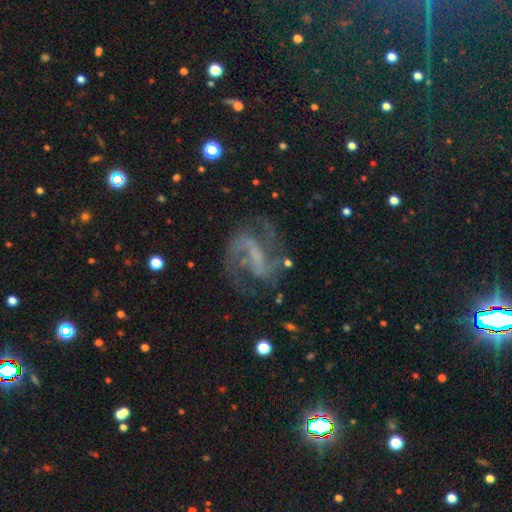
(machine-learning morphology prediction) Smooth or featured?
  - featured or disk: 80% *
  - star or artifact: 12%
  - smooth: 8%
Edge-on disk?
  - no: 97% *
  - yes: 3%
Bar?
  - strong: 41% *
  - weak: 39%
  - no: 20%
Spiral arms?
  - yes: 93% *
  - no: 7%
Spiral winding?
  - medium: 49% *
  - loose: 34%
  - tight: 17%
Spiral arm count?
  - 2: 81% *
  - can't tell: 7%
  - 1: 6%
  - 3: 3%
  - 4: 2%
  - more than 4: 2%
Bulge size?
  - none: 50% *
  - small: 35%
  - moderate: 11%
  - large: 2%
  - dominant: 1%
Merging?
  - none: 63% *
  - major disturbance: 17%
  - minor disturbance: 17%
  - merger: 3%